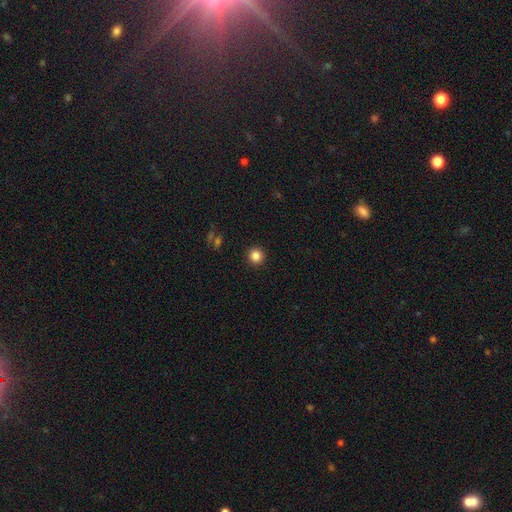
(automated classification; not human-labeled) smooth 84%, star or artifact 11%, featured or disk 4%. Down the decision tree: how rounded — round (95%); merging — none (93%).